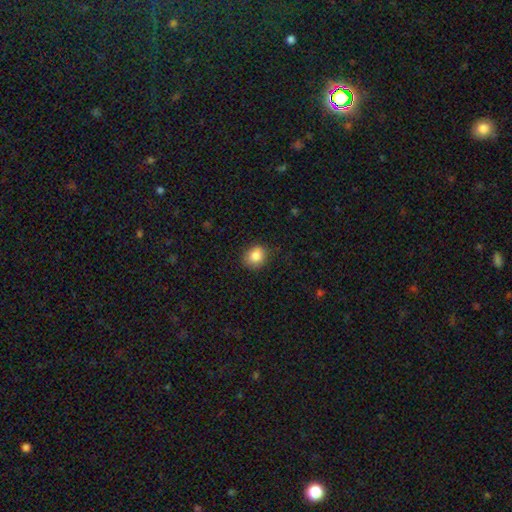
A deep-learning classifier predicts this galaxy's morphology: The model was most divided on "how rounded": round: 63%, in between: 36%, cigar-shaped: 1%. More confident: smooth or featured — smooth (85%); merging — none (81%).